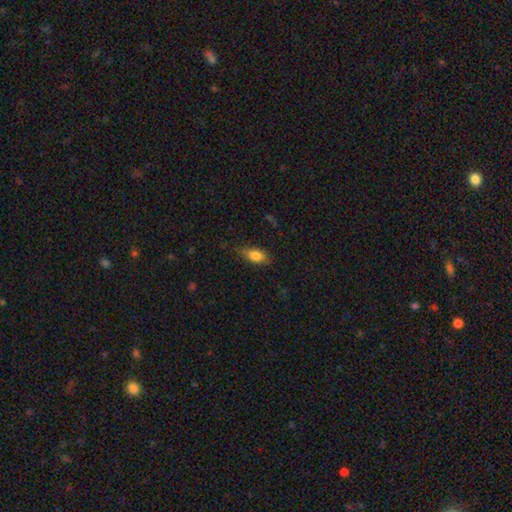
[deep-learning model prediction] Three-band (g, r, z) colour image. It shows a smooth galaxy with no disk features (81%) that is in between round and cigar-shaped (84%). Merging: none (71%).